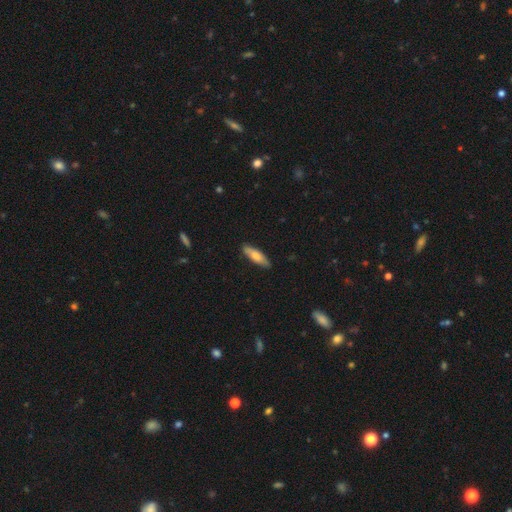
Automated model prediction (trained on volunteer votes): A smooth galaxy with no disk features (69%) that is cigar-shaped (55%).

Vote fractions:
- Smooth or featured? smooth: 69% / featured or disk: 25% / star or artifact: 6%
- How rounded? cigar-shaped: 55% / in between: 43% / round: 2%
- Merging? none: 85% / minor disturbance: 12% / major disturbance: 2% / merger: 1%